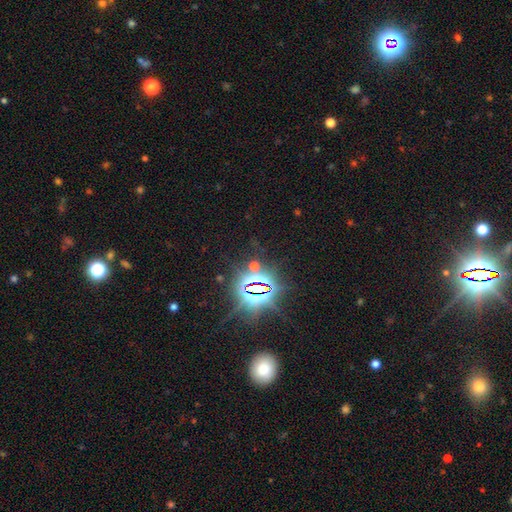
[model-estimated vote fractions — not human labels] Q: Smooth or featured?
A: star or artifact (83%); runner-up: smooth (9%)